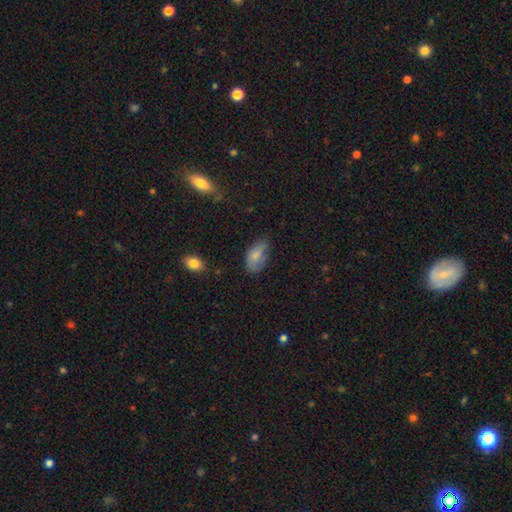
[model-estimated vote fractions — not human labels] Smooth or featured? Predicted: smooth (p=0.78). How rounded? Predicted: in between (p=0.92). Merging? Predicted: none (p=0.51).